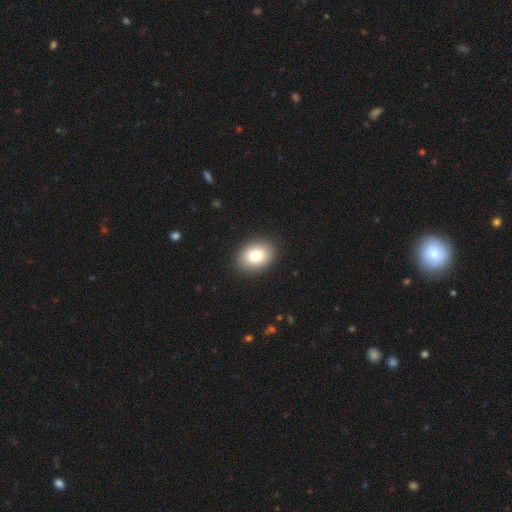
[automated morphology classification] Overall: smooth (83%). How rounded: in between (72%). Merging: none (90%).